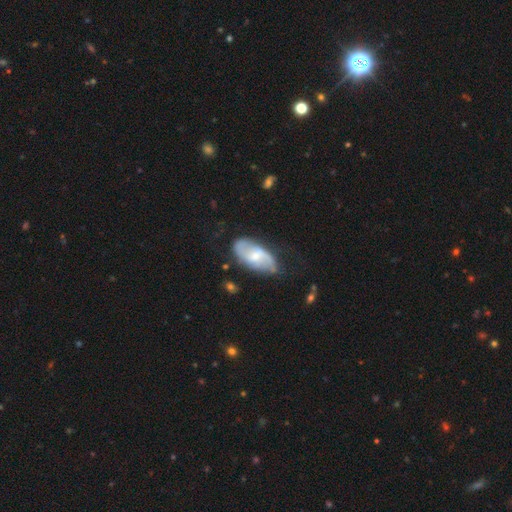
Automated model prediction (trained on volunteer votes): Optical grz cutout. It shows a featured or disk galaxy (62%) with a weak bar (50%), spiral arms (85%) and a moderate central bulge (48%). Merging: none (64%).